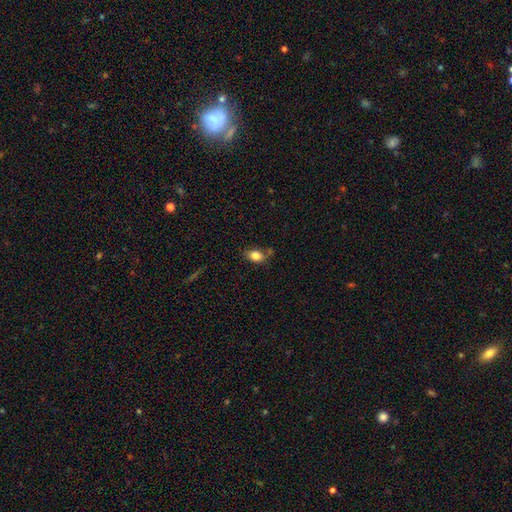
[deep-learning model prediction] smooth 82%, star or artifact 9%, featured or disk 9%. Down the decision tree: how rounded — in between (80%); merging — none (64%).